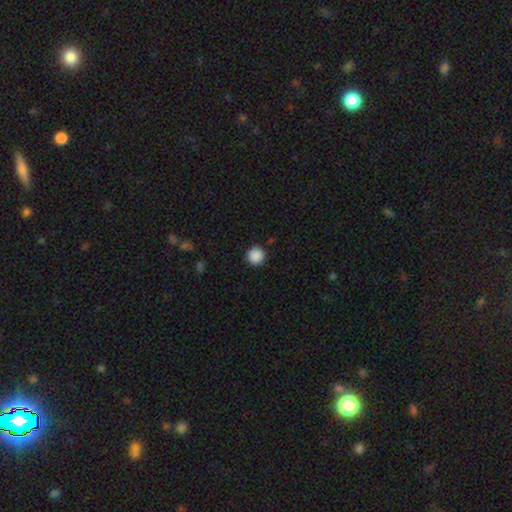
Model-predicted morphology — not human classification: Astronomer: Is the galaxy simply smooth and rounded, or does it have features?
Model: smooth — 89%.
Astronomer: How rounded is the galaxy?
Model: round — 96%.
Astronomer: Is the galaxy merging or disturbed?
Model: none — 92%.